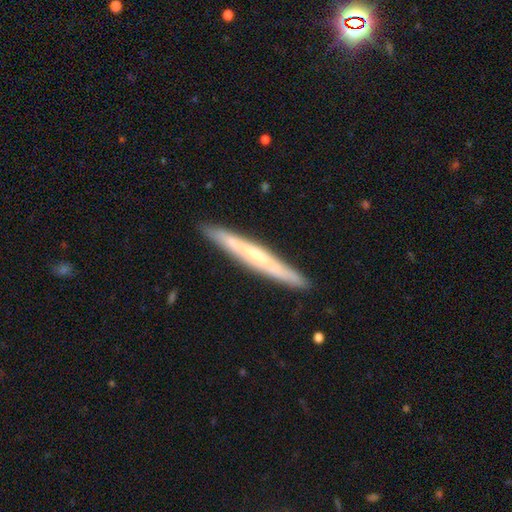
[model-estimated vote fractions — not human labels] Morphology: type=featured or disk (54%); edge-on=yes (93%); edge-on bulge=none (59%); merging=none (90%).